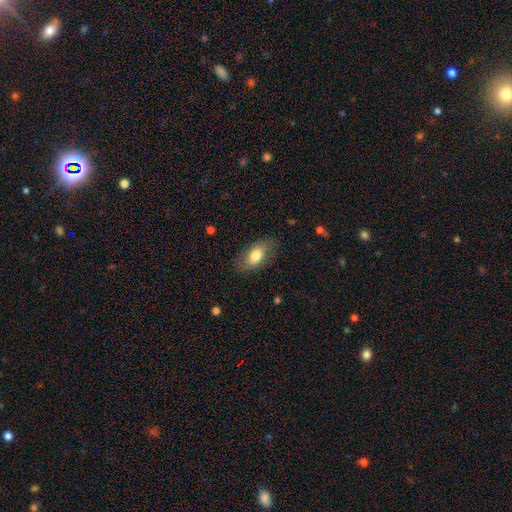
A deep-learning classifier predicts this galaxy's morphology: Smooth or featured: smooth — 76% (featured or disk — 18%)
How rounded: in between — 89% (cigar-shaped — 6%)
Merging: none — 80% (minor disturbance — 14%)